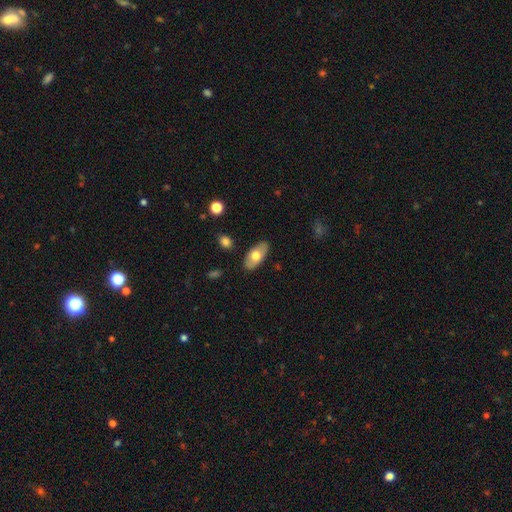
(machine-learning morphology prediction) Smooth or featured? smooth (64%)
How rounded? in between (92%)
Merging? none (85%)